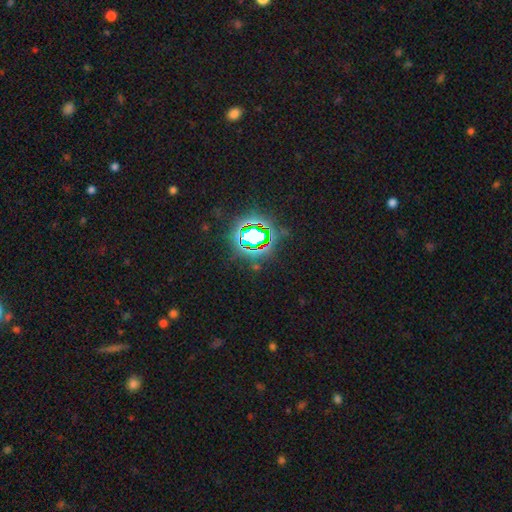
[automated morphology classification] Q: Smooth or featured?
A: star or artifact (84%); runner-up: smooth (10%)